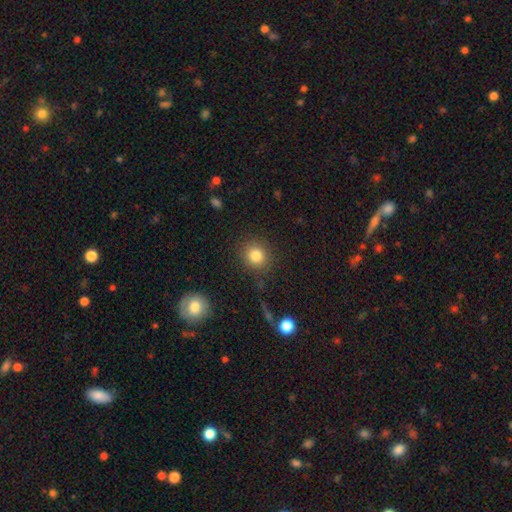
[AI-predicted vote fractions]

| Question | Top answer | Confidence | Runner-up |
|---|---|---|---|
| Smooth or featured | smooth | 83% | star or artifact (11%) |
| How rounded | round | 87% | in between (12%) |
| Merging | none | 85% | minor disturbance (9%) |